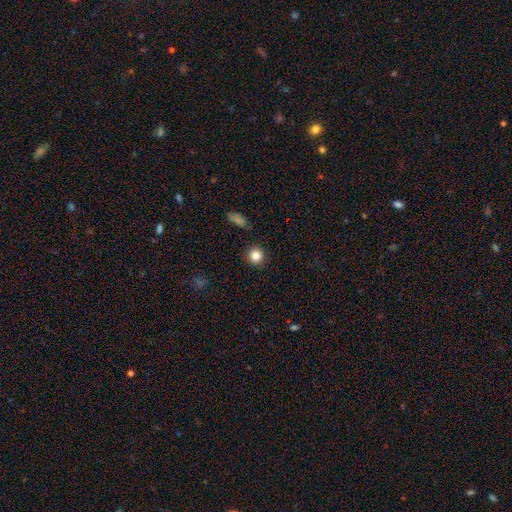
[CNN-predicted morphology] smooth 84%, star or artifact 11%, featured or disk 6%. Down the decision tree: how rounded — round (93%); merging — none (91%).